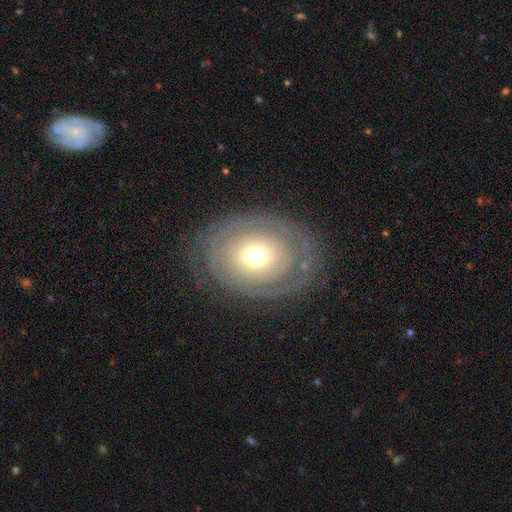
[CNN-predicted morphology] Smooth or featured? featured or disk (61%)
Edge-on disk? no (95%)
Bar? no (81%)
Spiral arms? yes (59%)
Bulge size? moderate (57%)
Merging? none (72%)